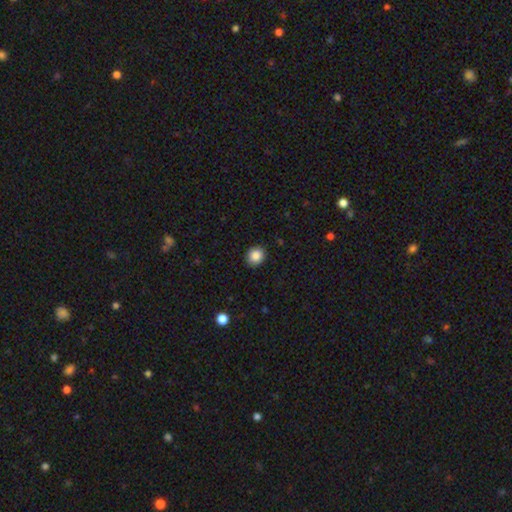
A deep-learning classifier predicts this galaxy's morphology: This appears to be a smooth galaxy with no disk features (86%) that is round (83%). Merging: none (90%).